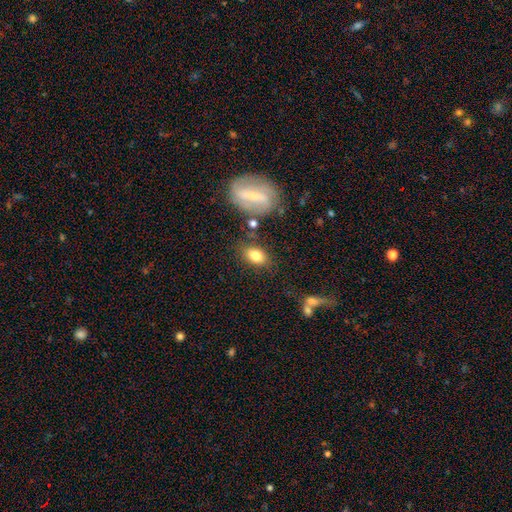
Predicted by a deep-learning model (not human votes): smooth-or-featured: smooth: 79% | featured or disk: 12% | star or artifact: 9%
  how-rounded: in between: 85% | round: 13% | cigar-shaped: 2%
  merging: none: 75% | minor disturbance: 14% | merger: 7% | major disturbance: 4%